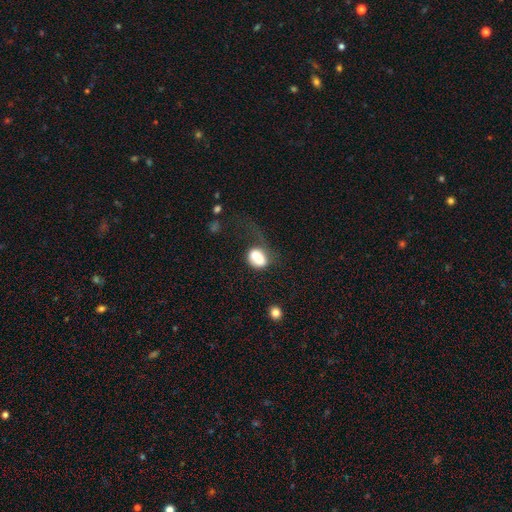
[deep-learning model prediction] A smooth galaxy with no disk features (66%) that is round (52%). Merging: merger (52%).